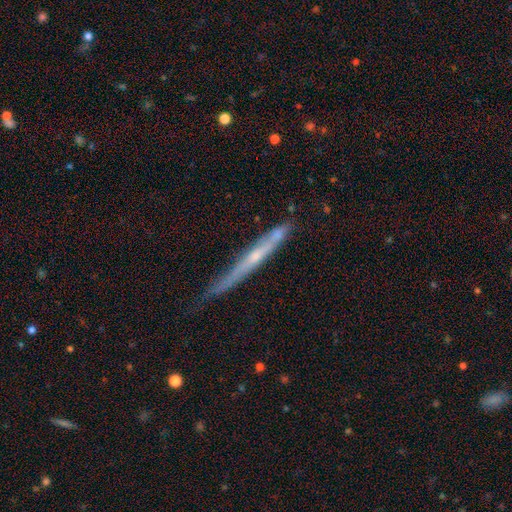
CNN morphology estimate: Smooth or featured: featured or disk — 63% (smooth — 30%)
Edge-on disk: yes — 93% (no — 7%)
Edge-on bulge: none — 58% (rounded — 37%)
Merging: none — 64% (minor disturbance — 28%)